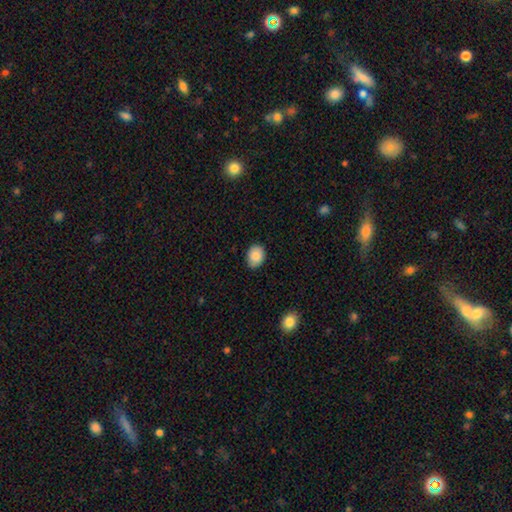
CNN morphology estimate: Smooth or featured? smooth (87%)
How rounded? in between (58%)
Merging? none (84%)